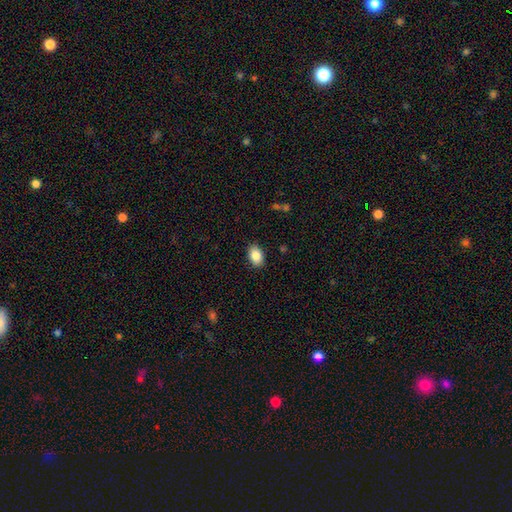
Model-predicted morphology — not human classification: Smooth or featured?
  - smooth: 86% *
  - star or artifact: 8%
  - featured or disk: 6%
How rounded?
  - in between: 87% *
  - round: 12%
  - cigar-shaped: 1%
Merging?
  - none: 89% *
  - minor disturbance: 8%
  - major disturbance: 2%
  - merger: 1%